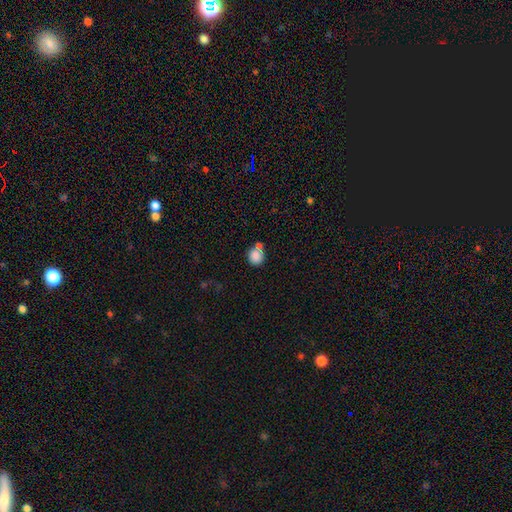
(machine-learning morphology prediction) This appears to be a smooth galaxy with no disk features (85%) that is round (77%). Merging: none (48%).